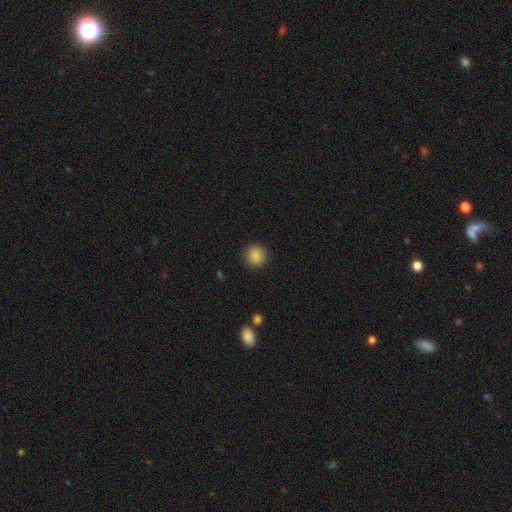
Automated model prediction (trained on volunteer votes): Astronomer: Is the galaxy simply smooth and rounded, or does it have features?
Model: smooth — 87%.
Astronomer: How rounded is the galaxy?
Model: round — 92%.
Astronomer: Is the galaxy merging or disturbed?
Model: none — 91%.